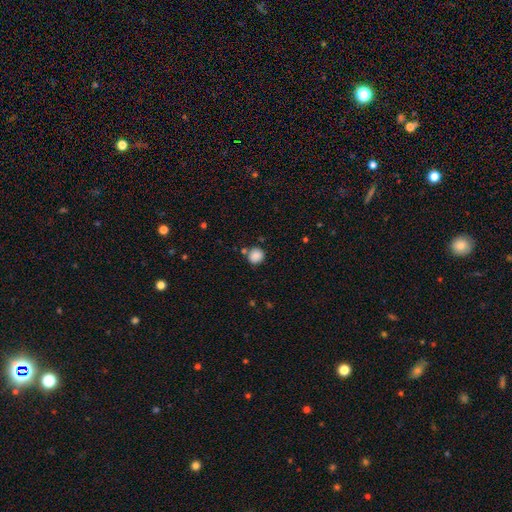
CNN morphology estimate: The model was most divided on "merging": none: 75%, minor disturbance: 13%, merger: 9%, major disturbance: 4%. More confident: smooth or featured — smooth (87%); how rounded — round (87%).